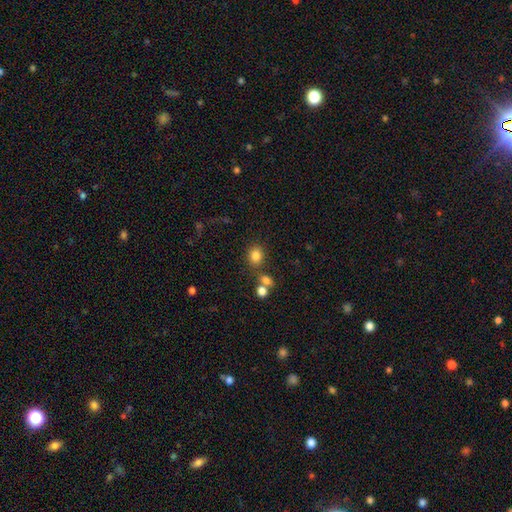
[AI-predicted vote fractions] The model was most divided on "how rounded": round: 52%, in between: 46%, cigar-shaped: 1%. More confident: smooth or featured — smooth (82%); merging — none (73%).